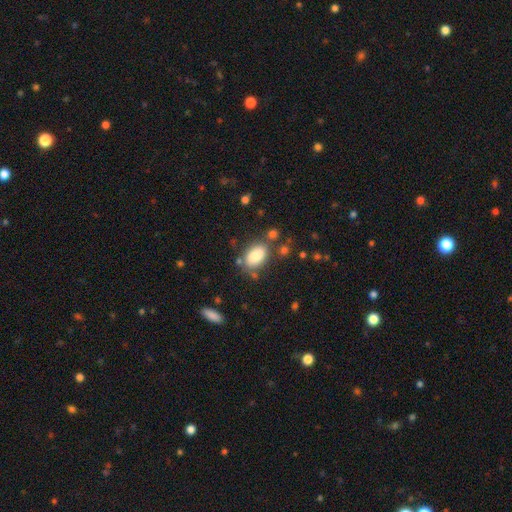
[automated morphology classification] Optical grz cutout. It shows a smooth galaxy with no disk features (85%) that is in between round and cigar-shaped (90%). Merging: none (71%).